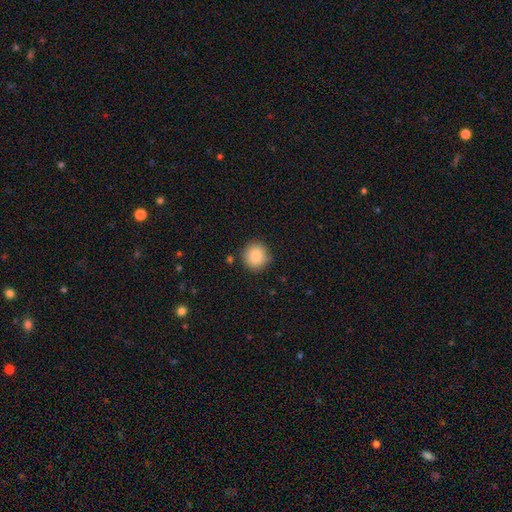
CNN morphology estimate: Smooth or featured? Predicted: smooth (p=0.82). How rounded? Predicted: round (p=0.94). Merging? Predicted: none (p=0.85).